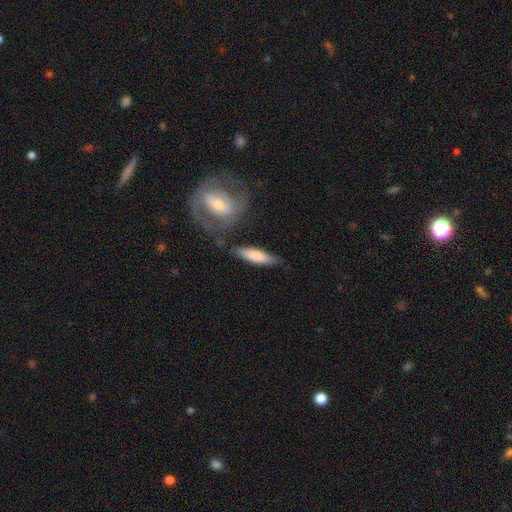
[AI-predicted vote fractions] Q: Smooth or featured?
A: smooth (75%); runner-up: featured or disk (19%)
Q: How rounded?
A: cigar-shaped (67%); runner-up: in between (31%)
Q: Merging?
A: none (76%); runner-up: minor disturbance (15%)